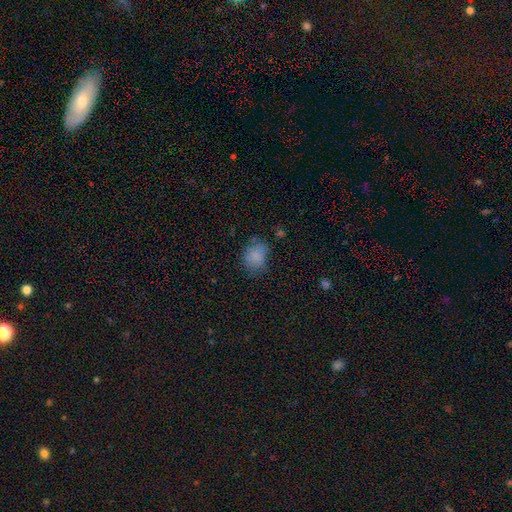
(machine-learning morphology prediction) A smooth galaxy with no disk features (81%) that is in between round and cigar-shaped (52%). Merging: none (65%).